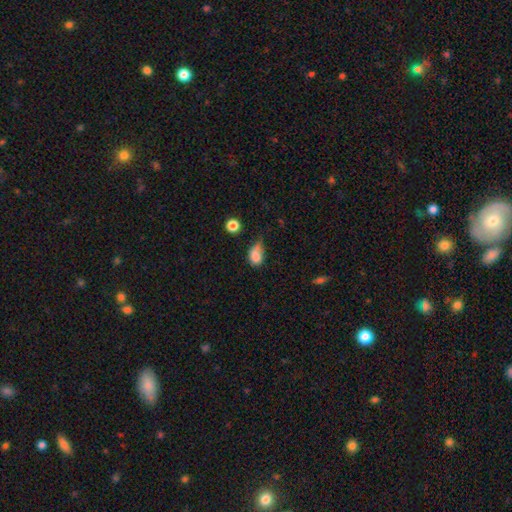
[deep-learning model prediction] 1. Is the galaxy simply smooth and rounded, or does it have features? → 80% smooth, 10% star or artifact, 10% featured or disk.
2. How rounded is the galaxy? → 74% in between, 24% round, 2% cigar-shaped.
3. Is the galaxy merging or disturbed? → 43% minor disturbance, 28% none, 21% major disturbance, 8% merger.